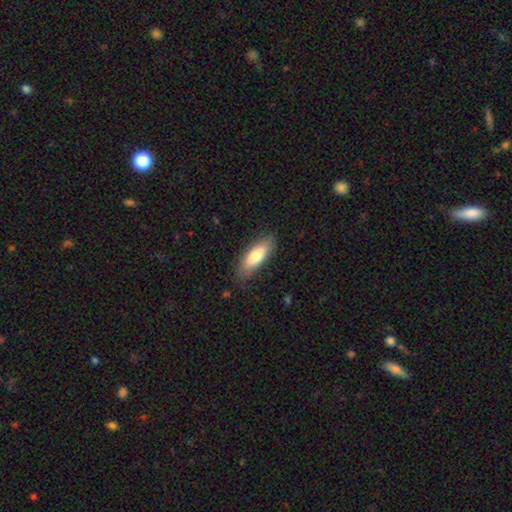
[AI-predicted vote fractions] The model was most divided on "how rounded": in between: 63%, cigar-shaped: 36%, round: 2%. More confident: merging — none (81%); smooth or featured — smooth (76%).